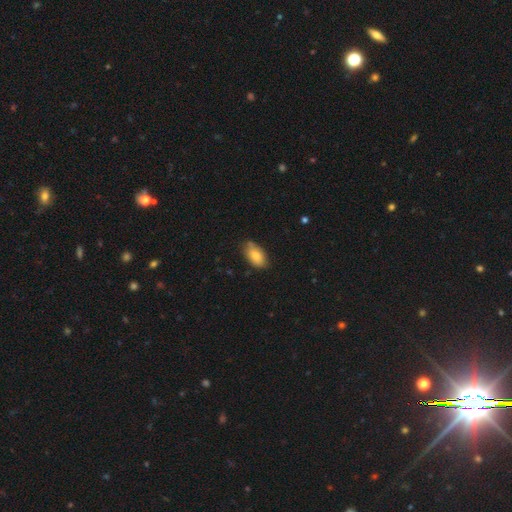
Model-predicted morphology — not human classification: This is clearly a smooth galaxy (81%). How rounded: clearly in between (92%). Merging: likely none (74%).